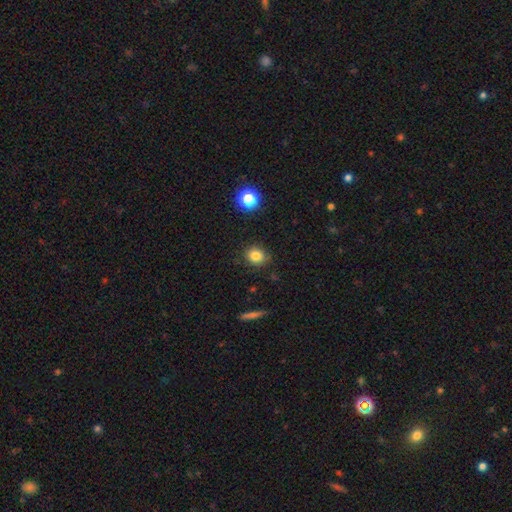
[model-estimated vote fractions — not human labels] Smooth or featured? smooth (82%)
How rounded? round (73%)
Merging? none (85%)